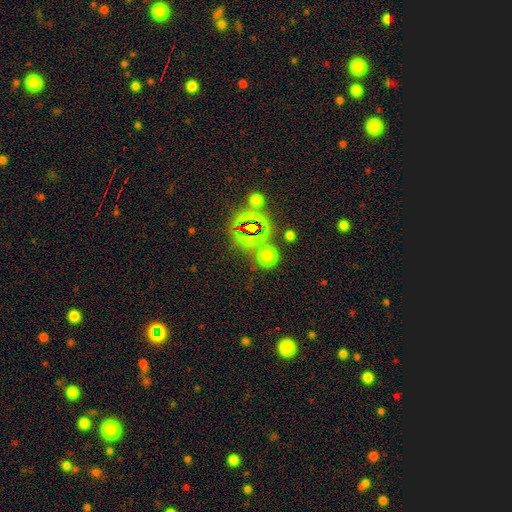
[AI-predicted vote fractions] A star or artifact, not a galaxy (74%).

Vote fractions:
- Smooth or featured? star or artifact: 74% / smooth: 17% / featured or disk: 9%